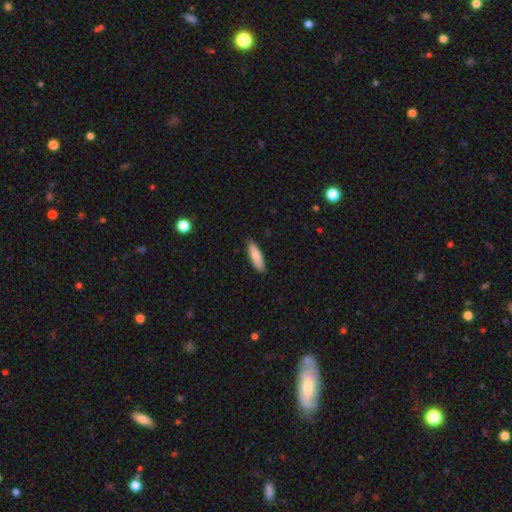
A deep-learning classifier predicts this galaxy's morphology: Smooth or featured: smooth — 84% (featured or disk — 11%)
How rounded: cigar-shaped — 64% (in between — 35%)
Merging: none — 87% (minor disturbance — 10%)